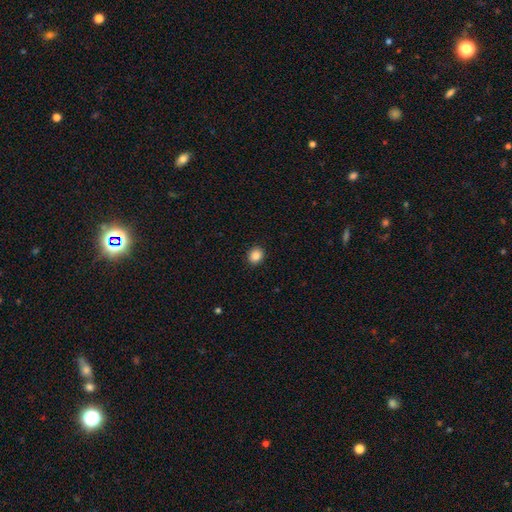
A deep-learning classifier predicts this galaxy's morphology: This is clearly a smooth galaxy (87%). How rounded: likely round (76%). Merging: clearly none (92%).